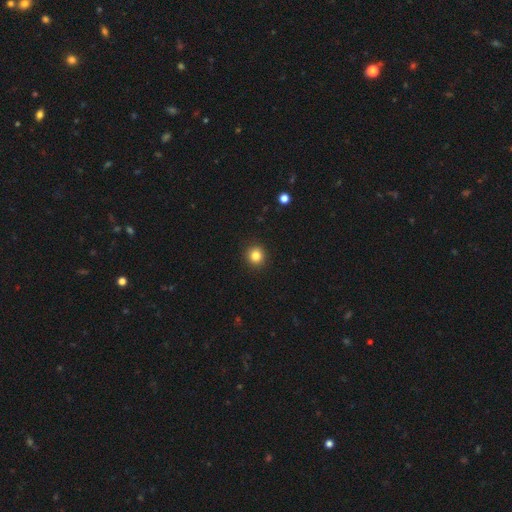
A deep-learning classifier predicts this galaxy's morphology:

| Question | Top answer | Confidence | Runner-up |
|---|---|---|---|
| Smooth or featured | smooth | 83% | star or artifact (11%) |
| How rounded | round | 92% | in between (7%) |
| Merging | none | 93% | minor disturbance (5%) |